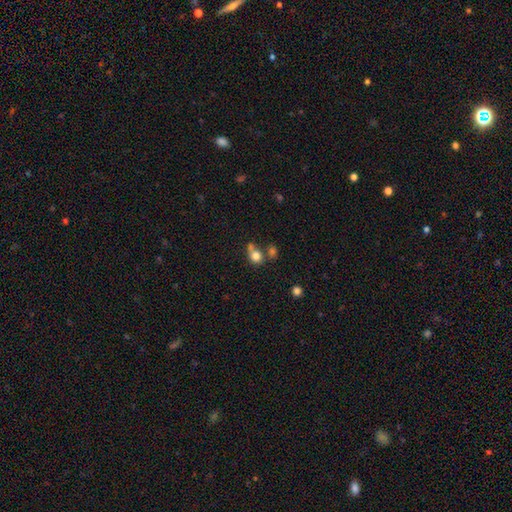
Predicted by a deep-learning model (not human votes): This is likely a smooth galaxy (79%). How rounded: likely round (66%). Merging: marginally none (43%).